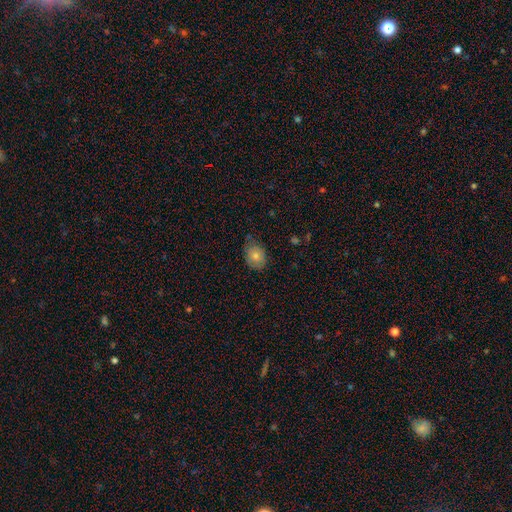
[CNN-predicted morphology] The model was most divided on "how rounded": in between: 65%, round: 34%, cigar-shaped: 1%. More confident: smooth or featured — smooth (77%); merging — none (65%).